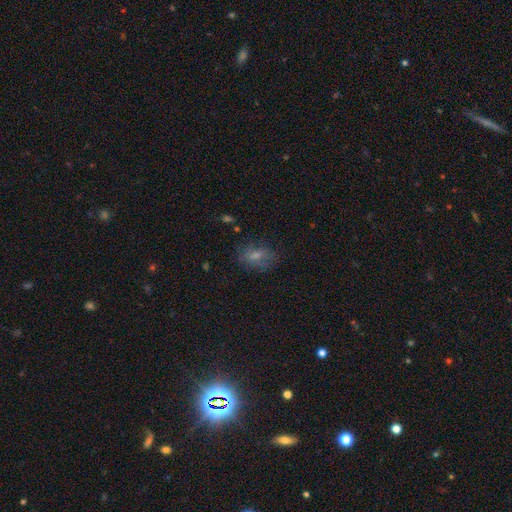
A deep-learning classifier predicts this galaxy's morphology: A smooth galaxy with no disk features (66%) that is in between round and cigar-shaped (79%).

Vote fractions:
- Smooth or featured? smooth: 66% / featured or disk: 21% / star or artifact: 13%
- How rounded? in between: 79% / round: 17% / cigar-shaped: 5%
- Merging? none: 65% / minor disturbance: 21% / major disturbance: 11% / merger: 2%